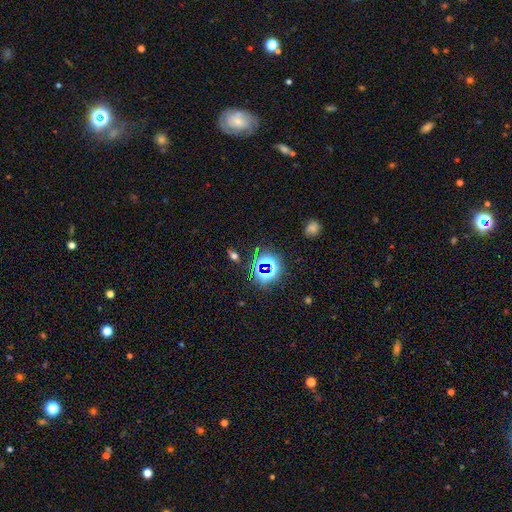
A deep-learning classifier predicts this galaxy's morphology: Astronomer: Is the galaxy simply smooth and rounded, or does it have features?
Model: star or artifact — 64%.